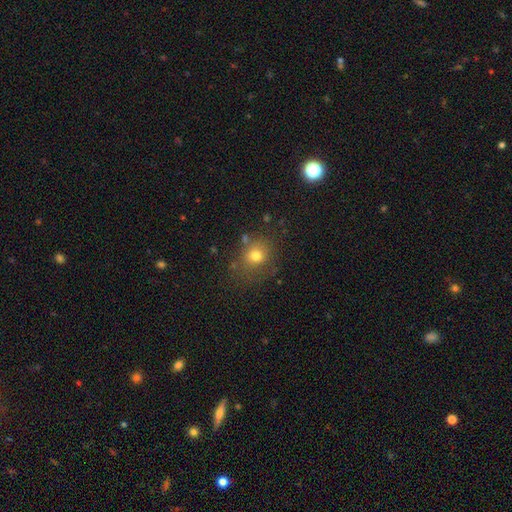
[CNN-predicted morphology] Smooth or featured? smooth (74%)
How rounded? round (73%)
Merging? none (72%)